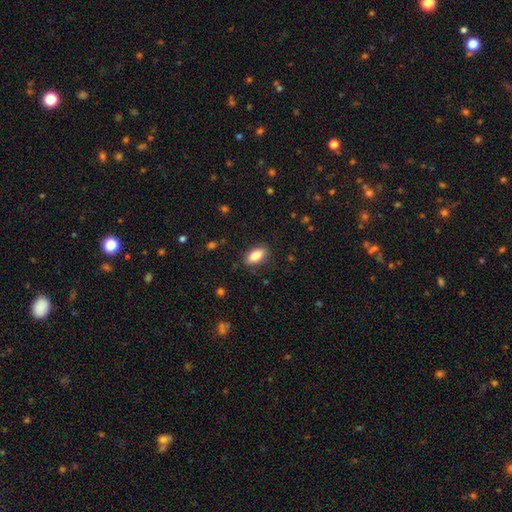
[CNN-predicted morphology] Smooth or featured? smooth (85%)
How rounded? in between (88%)
Merging? none (86%)